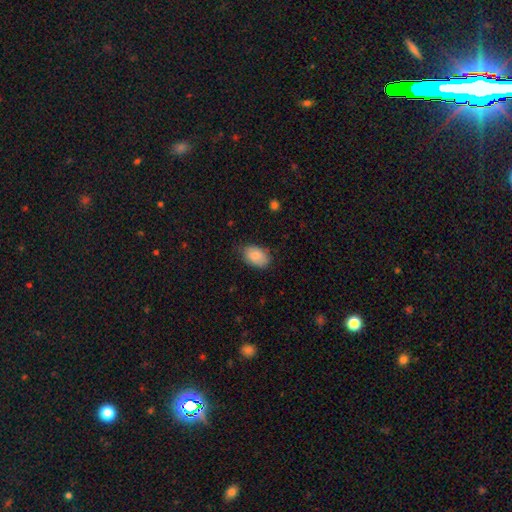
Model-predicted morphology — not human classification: smooth_or_featured: smooth (p=0.85) [alt: featured or disk p=0.08]
how_rounded: in between (p=0.89) [alt: round p=0.10]
merging: none (p=0.76) [alt: minor disturbance p=0.19]